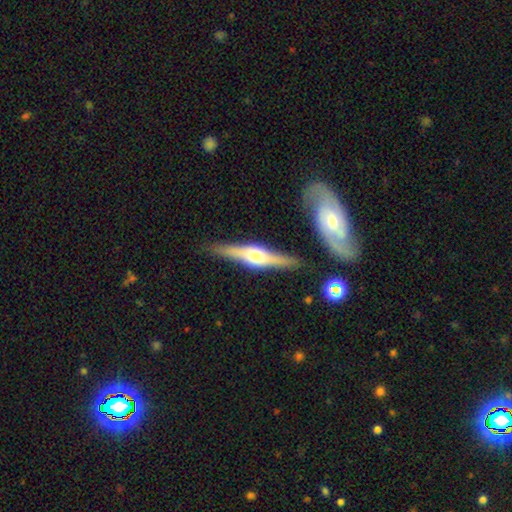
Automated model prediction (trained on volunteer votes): Smooth or featured? Predicted: featured or disk (p=0.72). Edge-on disk? Predicted: yes (p=0.96). Edge-on bulge? Predicted: rounded (p=0.91). Merging? Predicted: none (p=0.86).